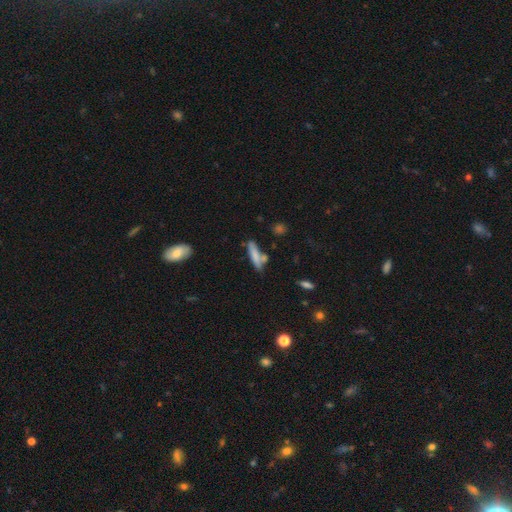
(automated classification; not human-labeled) Q: Smooth or featured?
A: smooth (73%); runner-up: featured or disk (20%)
Q: How rounded?
A: cigar-shaped (75%); runner-up: in between (23%)
Q: Merging?
A: none (60%); runner-up: minor disturbance (19%)